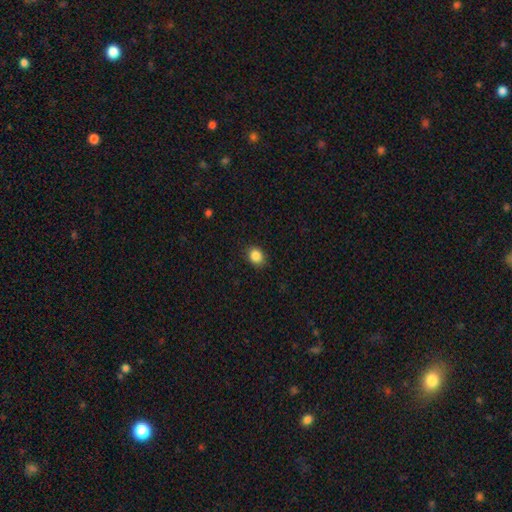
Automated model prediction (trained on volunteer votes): smooth_or_featured: smooth (p=0.86) [alt: star or artifact p=0.10]
how_rounded: round (p=0.59) [alt: in between p=0.40]
merging: none (p=0.87) [alt: minor disturbance p=0.10]